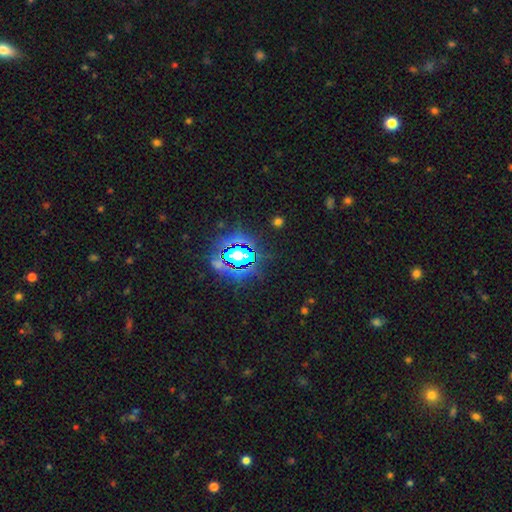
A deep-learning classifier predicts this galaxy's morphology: type=star or artifact (81%).